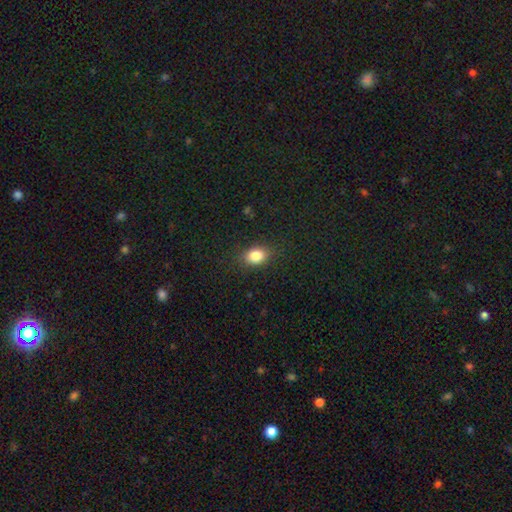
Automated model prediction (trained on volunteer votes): A smooth galaxy with no disk features (84%) that is in between round and cigar-shaped (68%). Merging: none (84%).